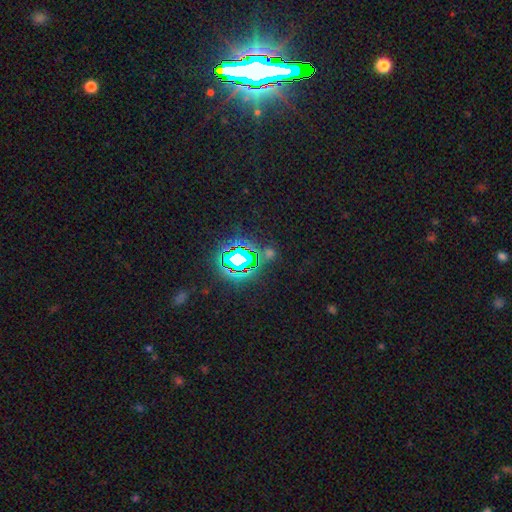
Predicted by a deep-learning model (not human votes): Morphology: type=star or artifact (82%).